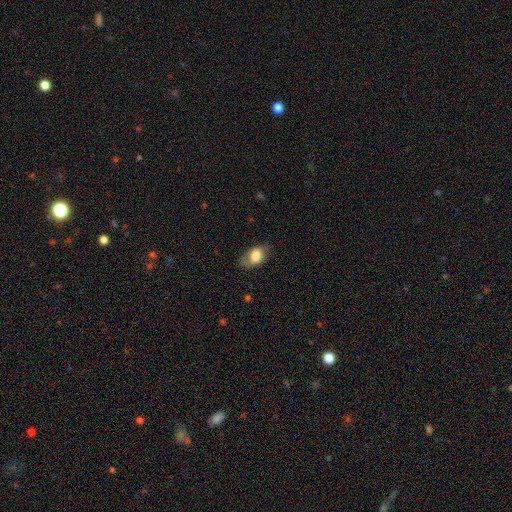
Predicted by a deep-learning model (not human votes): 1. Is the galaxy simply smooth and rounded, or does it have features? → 70% smooth, 23% featured or disk, 7% star or artifact.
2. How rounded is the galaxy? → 87% in between, 11% round, 2% cigar-shaped.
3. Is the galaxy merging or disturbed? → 64% none, 24% minor disturbance, 10% major disturbance, 1% merger.